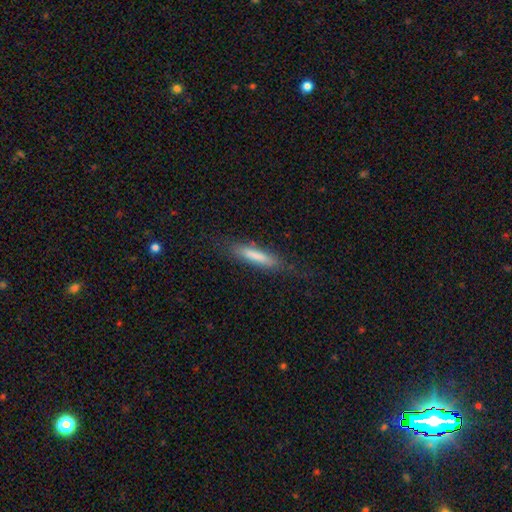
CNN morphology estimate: Smooth or featured: smooth — 75% (featured or disk — 19%)
How rounded: cigar-shaped — 86% (in between — 13%)
Merging: none — 78% (minor disturbance — 15%)